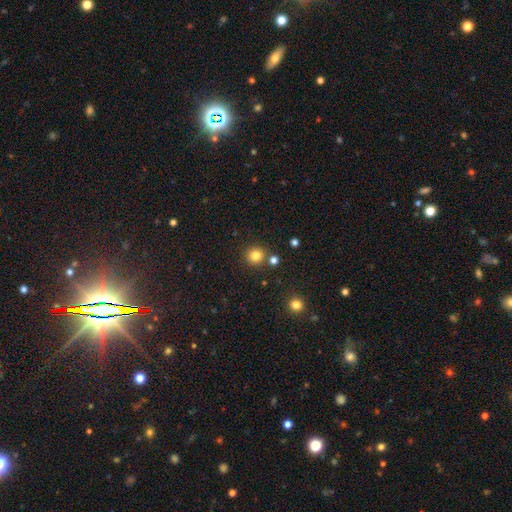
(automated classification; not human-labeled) A smooth galaxy with no disk features (82%) that is round (90%).

Vote fractions:
- Smooth or featured? smooth: 82% / star or artifact: 13% / featured or disk: 5%
- How rounded? round: 90% / in between: 9% / cigar-shaped: 1%
- Merging? none: 83% / merger: 7% / minor disturbance: 7% / major disturbance: 3%